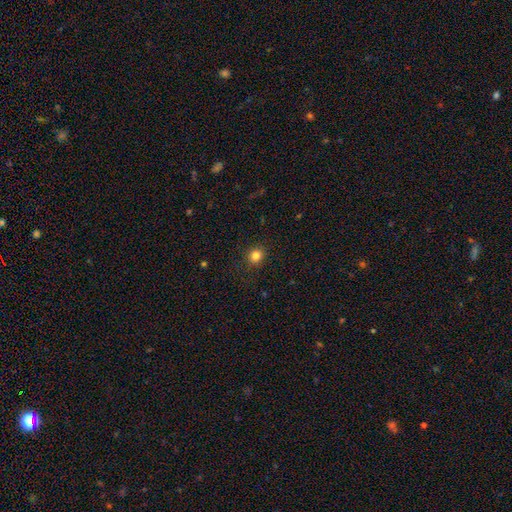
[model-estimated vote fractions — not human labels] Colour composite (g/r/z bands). It shows a smooth galaxy with no disk features (82%) that is round (86%). Merging: none (90%).